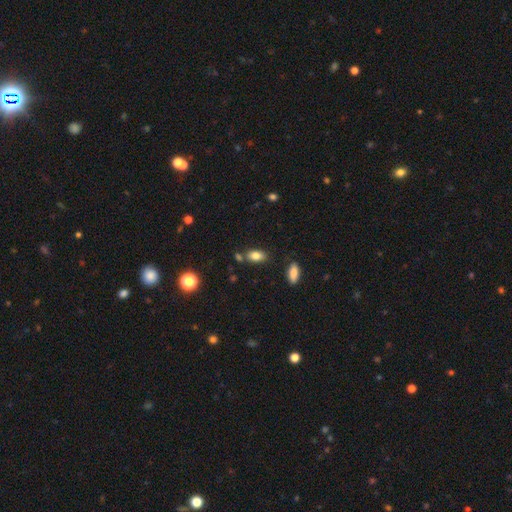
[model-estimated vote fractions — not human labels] Q: Smooth or featured?
A: smooth (83%); runner-up: star or artifact (10%)
Q: How rounded?
A: in between (88%); runner-up: round (7%)
Q: Merging?
A: none (72%); runner-up: minor disturbance (13%)